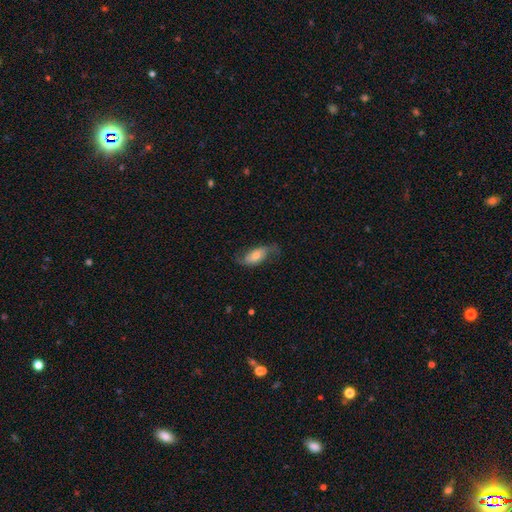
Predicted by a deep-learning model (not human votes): The model was most divided on "smooth or featured": featured or disk: 53%, smooth: 40%, star or artifact: 7%. More confident: edge-on disk — no (89%); merging — none (62%).